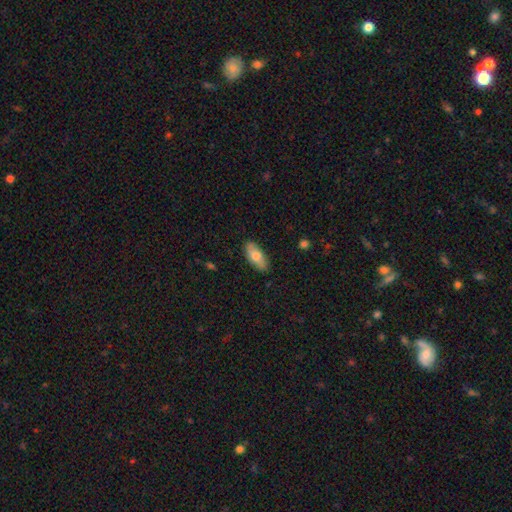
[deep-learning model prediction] This appears to be a smooth galaxy with no disk features (73%) that is in between round and cigar-shaped (85%). Merging: none (84%).